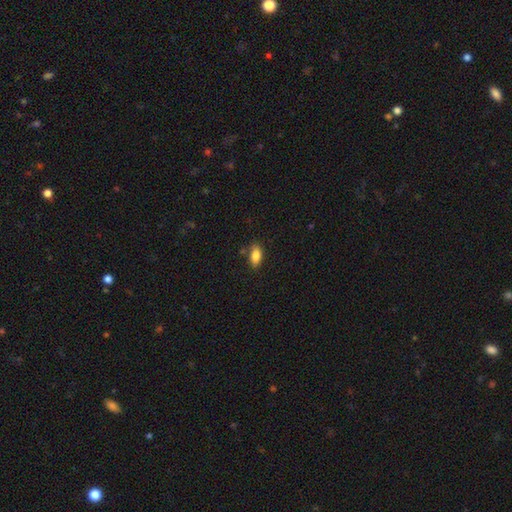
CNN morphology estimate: This appears to be a smooth galaxy with no disk features (85%) that is in between round and cigar-shaped (89%). Merging: none (77%).